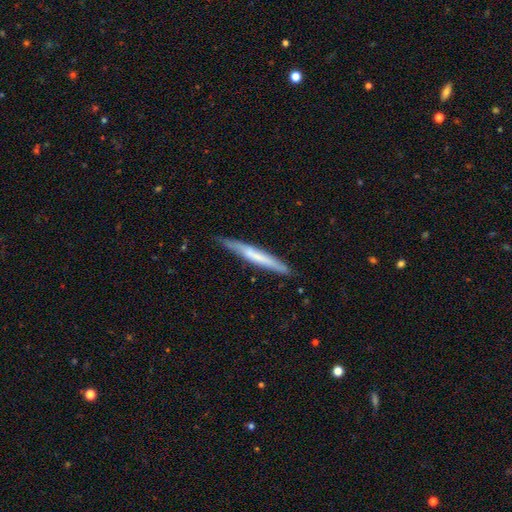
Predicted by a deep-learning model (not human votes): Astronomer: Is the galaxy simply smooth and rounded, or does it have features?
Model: smooth — 53% (runner-up: featured or disk, 42%).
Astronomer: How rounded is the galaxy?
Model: cigar-shaped — 96%.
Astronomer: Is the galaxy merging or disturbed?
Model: none — 83%.